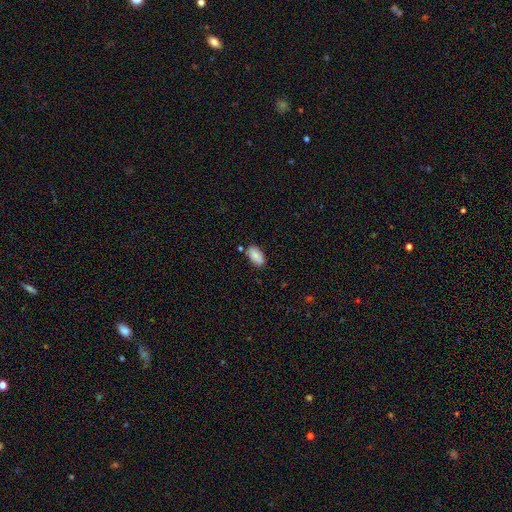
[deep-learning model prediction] Smooth or featured? smooth (85%)
How rounded? in between (94%)
Merging? none (79%)